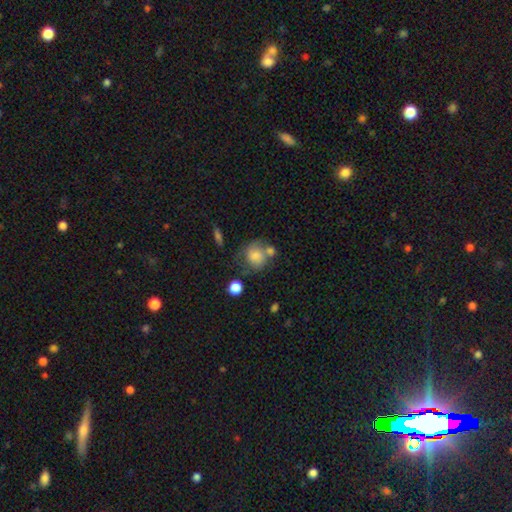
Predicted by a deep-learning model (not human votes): The model was most divided on "merging": none: 44%, merger: 23%, minor disturbance: 21%, major disturbance: 11%. More confident: how rounded — round (77%); smooth or featured — smooth (76%).